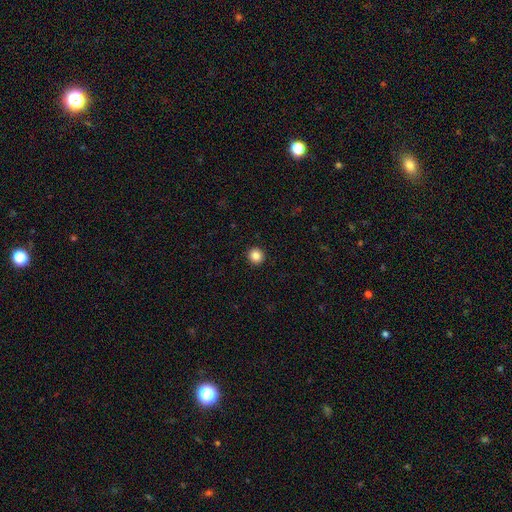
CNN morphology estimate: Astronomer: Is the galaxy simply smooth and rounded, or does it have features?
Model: smooth — 86%.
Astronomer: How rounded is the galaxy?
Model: round — 94%.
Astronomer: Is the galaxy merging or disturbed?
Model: none — 94%.